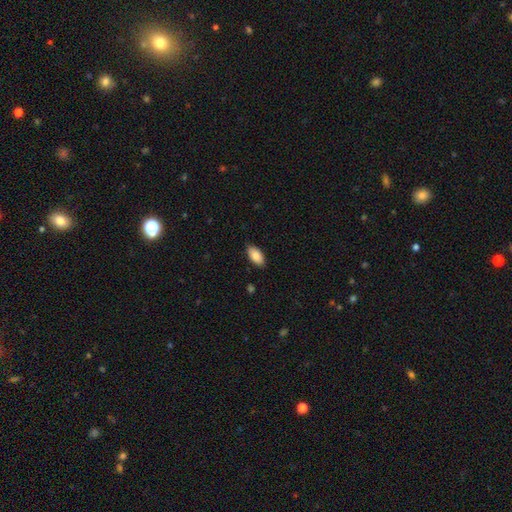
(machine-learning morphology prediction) This appears to be a smooth galaxy with no disk features (87%) that is in between round and cigar-shaped (93%). Merging: none (85%).